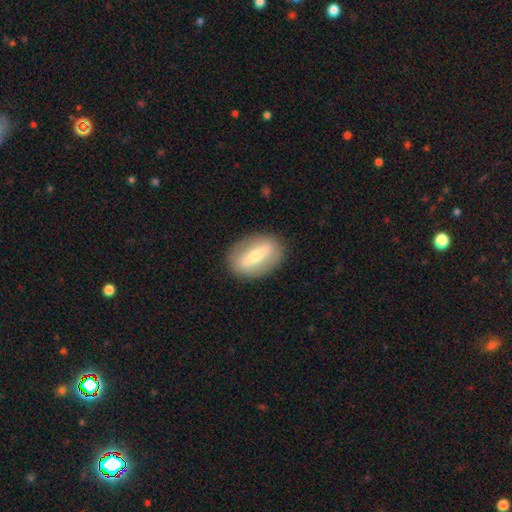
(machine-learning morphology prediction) Smooth or featured? featured or disk (50%)
Merging? none (86%)